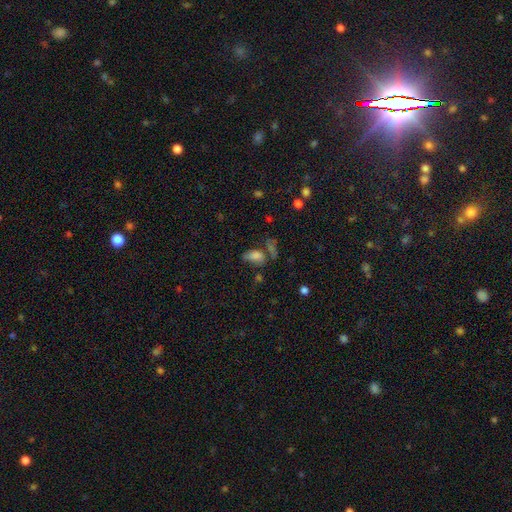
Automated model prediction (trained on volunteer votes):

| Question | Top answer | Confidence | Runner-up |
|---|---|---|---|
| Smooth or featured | smooth | 75% | star or artifact (14%) |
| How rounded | in between | 88% | round (7%) |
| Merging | none | 43% | minor disturbance (22%) |